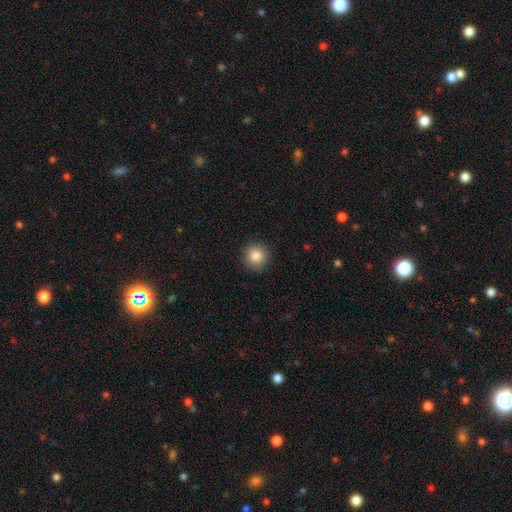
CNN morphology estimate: Smooth or featured? smooth (85%)
How rounded? round (94%)
Merging? none (92%)